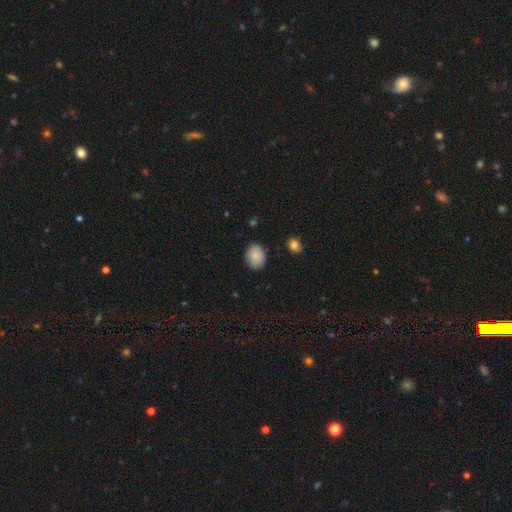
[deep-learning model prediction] Q: Smooth or featured?
A: smooth (86%); runner-up: star or artifact (7%)
Q: How rounded?
A: in between (58%); runner-up: round (41%)
Q: Merging?
A: none (84%); runner-up: minor disturbance (12%)